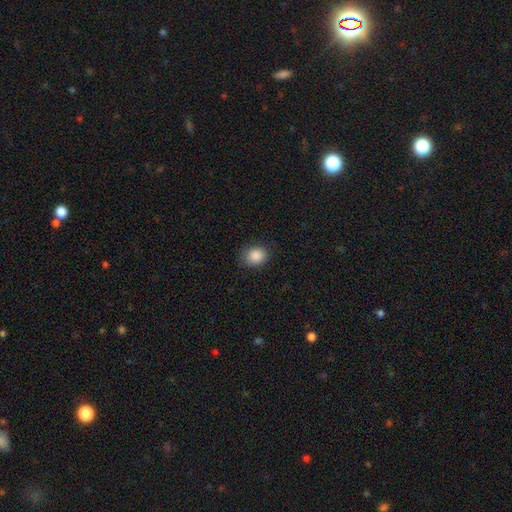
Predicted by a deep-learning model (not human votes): Morphology: type=smooth (88%); roundness=round (62%); merging=none (81%).